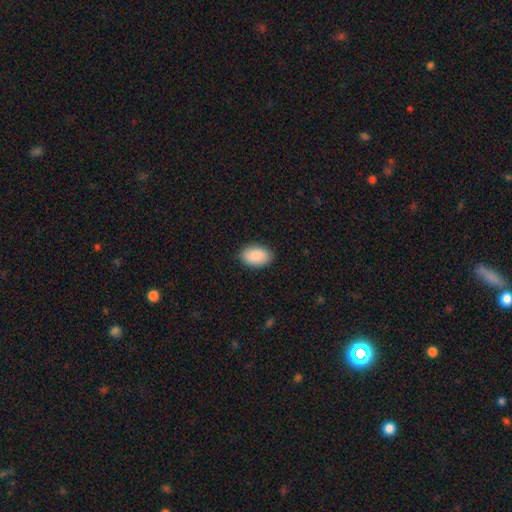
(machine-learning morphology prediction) type=smooth (90%); roundness=in between (91%); merging=none (87%).